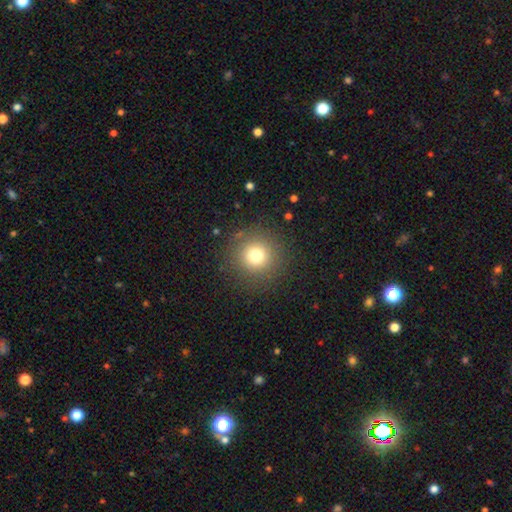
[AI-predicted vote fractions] A smooth galaxy with no disk features (75%) that is round (95%).

Vote fractions:
- Smooth or featured? smooth: 75% / star or artifact: 15% / featured or disk: 10%
- How rounded? round: 95% / in between: 4% / cigar-shaped: 1%
- Merging? none: 88% / minor disturbance: 7% / major disturbance: 4% / merger: 1%